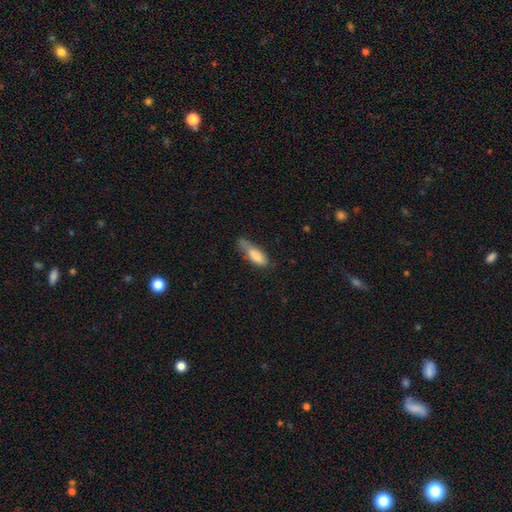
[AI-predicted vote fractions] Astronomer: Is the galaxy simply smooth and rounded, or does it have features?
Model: smooth — 81%.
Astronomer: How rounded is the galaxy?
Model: in between — 63%.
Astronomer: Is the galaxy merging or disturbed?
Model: minor disturbance — 40% (runner-up: none, 35%).